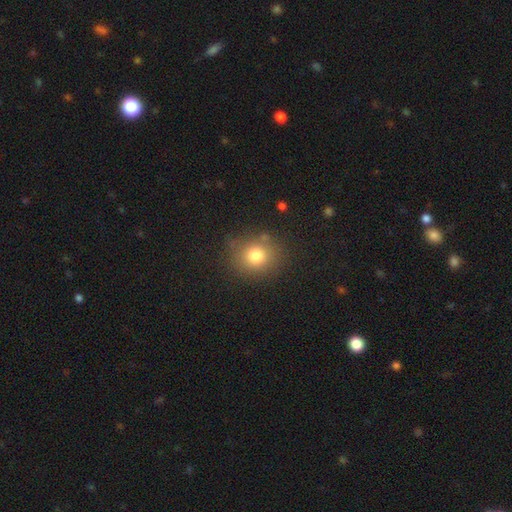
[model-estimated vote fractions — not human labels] Smooth or featured? Predicted: smooth (p=0.78). How rounded? Predicted: round (p=0.79). Merging? Predicted: none (p=0.81).